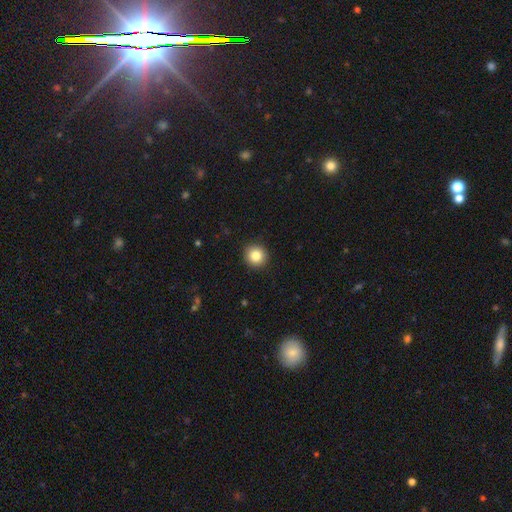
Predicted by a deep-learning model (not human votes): Smooth or featured: smooth — 84% (star or artifact — 10%)
How rounded: round — 94% (in between — 5%)
Merging: none — 93% (minor disturbance — 5%)